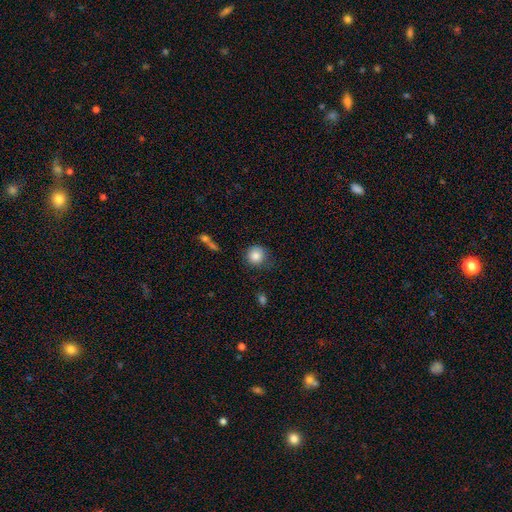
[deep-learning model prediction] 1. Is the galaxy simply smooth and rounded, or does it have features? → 84% smooth, 9% star or artifact, 6% featured or disk.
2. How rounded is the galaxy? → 91% round, 8% in between, 1% cigar-shaped.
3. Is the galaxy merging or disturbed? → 73% none, 19% minor disturbance, 5% major disturbance, 2% merger.